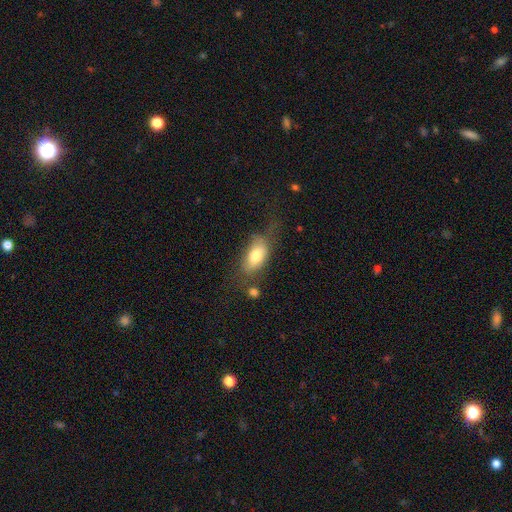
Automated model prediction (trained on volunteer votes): Q: Smooth or featured?
A: smooth (75%); runner-up: featured or disk (18%)
Q: How rounded?
A: in between (90%); runner-up: round (5%)
Q: Merging?
A: none (48%); runner-up: minor disturbance (28%)